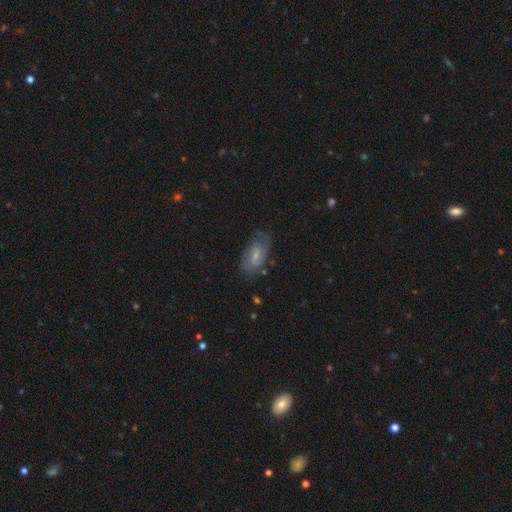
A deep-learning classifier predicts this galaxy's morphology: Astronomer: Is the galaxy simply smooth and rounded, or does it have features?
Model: featured or disk — 62%.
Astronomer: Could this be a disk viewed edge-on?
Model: no — 94%.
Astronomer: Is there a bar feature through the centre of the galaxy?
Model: weak — 55% (runner-up: no, 31%).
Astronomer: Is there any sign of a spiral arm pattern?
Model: yes — 85%.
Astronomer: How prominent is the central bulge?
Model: small — 53% (runner-up: moderate, 32%).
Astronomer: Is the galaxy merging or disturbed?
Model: none — 66%.